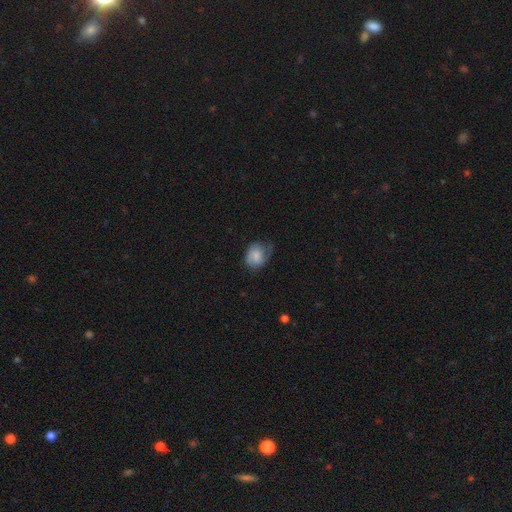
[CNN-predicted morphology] smooth_or_featured: smooth (p=0.60) [alt: featured or disk p=0.32]
how_rounded: in between (p=0.52) [alt: round p=0.47]
merging: none (p=0.48) [alt: minor disturbance p=0.34]